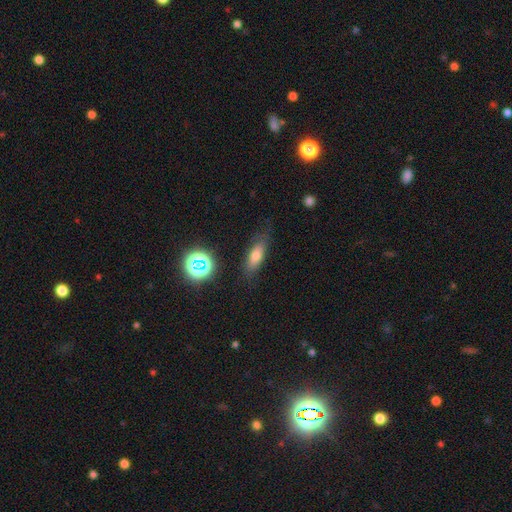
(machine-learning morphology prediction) Q: Smooth or featured?
A: smooth (66%); runner-up: featured or disk (20%)
Q: How rounded?
A: in between (56%); runner-up: cigar-shaped (37%)
Q: Merging?
A: none (76%); runner-up: minor disturbance (17%)